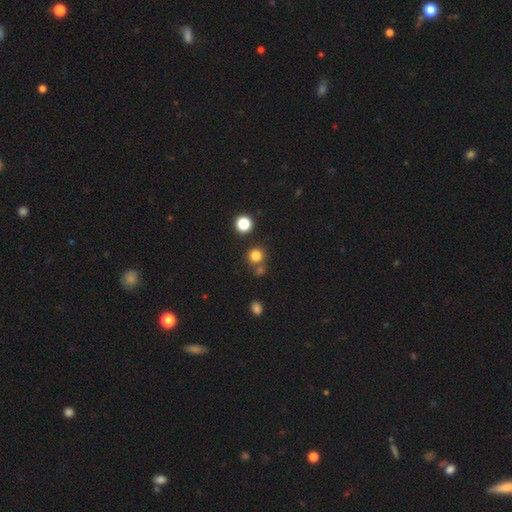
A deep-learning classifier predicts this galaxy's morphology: Smooth or featured?
  - smooth: 79% *
  - star or artifact: 15%
  - featured or disk: 5%
How rounded?
  - round: 91% *
  - in between: 8%
  - cigar-shaped: 1%
Merging?
  - none: 72% *
  - merger: 17%
  - minor disturbance: 8%
  - major disturbance: 3%